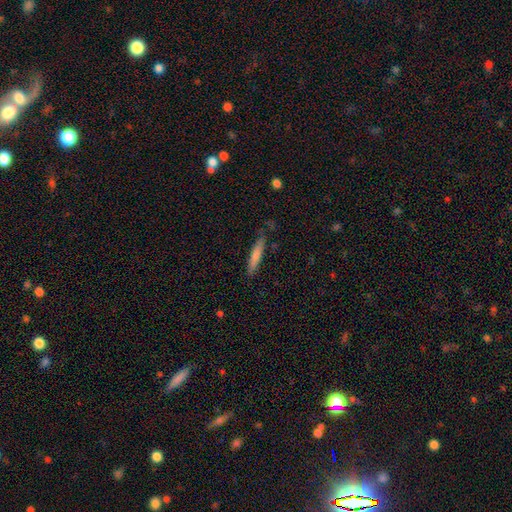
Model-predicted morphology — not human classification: This appears to be a smooth galaxy with no disk features (74%) that is cigar-shaped (91%). Merging: none (78%).